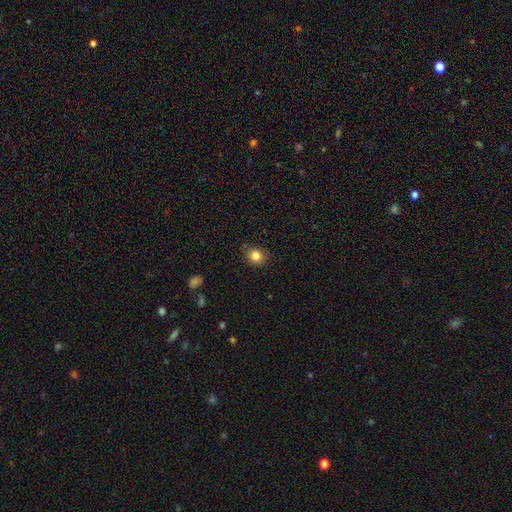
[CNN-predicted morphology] Overall: smooth (83%). How rounded: round (68%; in between 31%). Merging: none (81%).